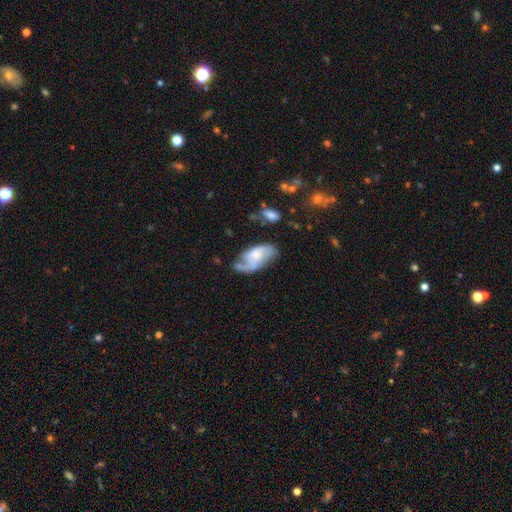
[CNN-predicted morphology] This appears to be a featured or disk galaxy (54%) with no bar (67%), spiral arms (77%) and a small central bulge (43%). Merging: none (40%).